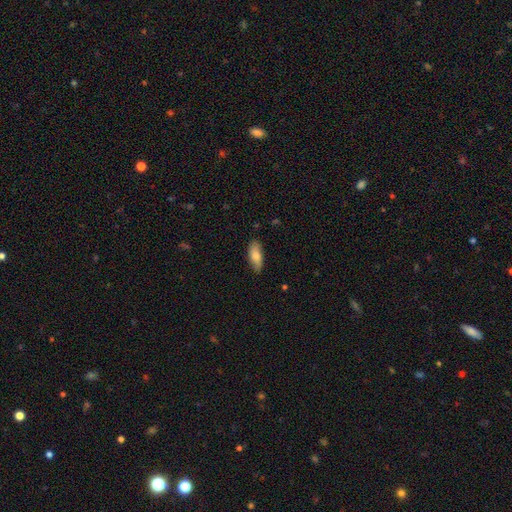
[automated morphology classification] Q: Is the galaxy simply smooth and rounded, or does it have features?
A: smooth — 77%.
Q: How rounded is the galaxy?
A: in between — 76%.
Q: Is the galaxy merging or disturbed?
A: none — 82%.